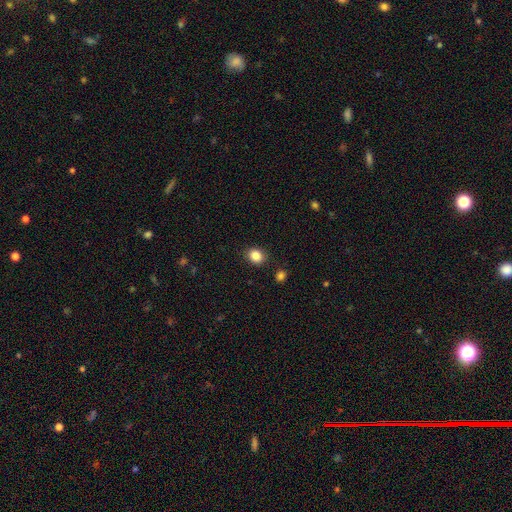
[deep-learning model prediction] Q: Smooth or featured?
A: smooth (86%); runner-up: star or artifact (10%)
Q: How rounded?
A: round (63%); runner-up: in between (36%)
Q: Merging?
A: none (87%); runner-up: minor disturbance (9%)